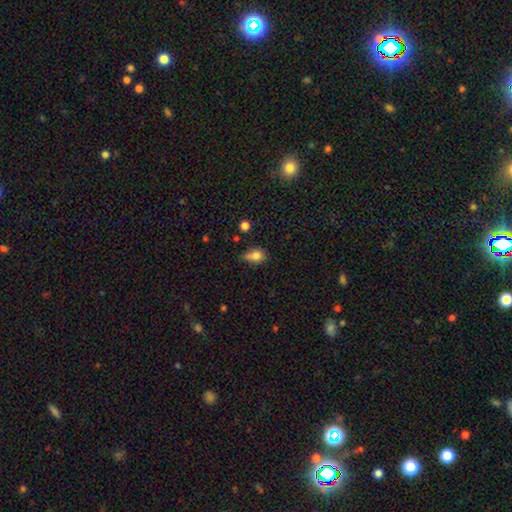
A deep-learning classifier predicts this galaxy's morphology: Smooth or featured?
  - smooth: 79% *
  - star or artifact: 11%
  - featured or disk: 10%
How rounded?
  - in between: 60% *
  - round: 37%
  - cigar-shaped: 3%
Merging?
  - none: 42% *
  - minor disturbance: 40%
  - major disturbance: 12%
  - merger: 6%